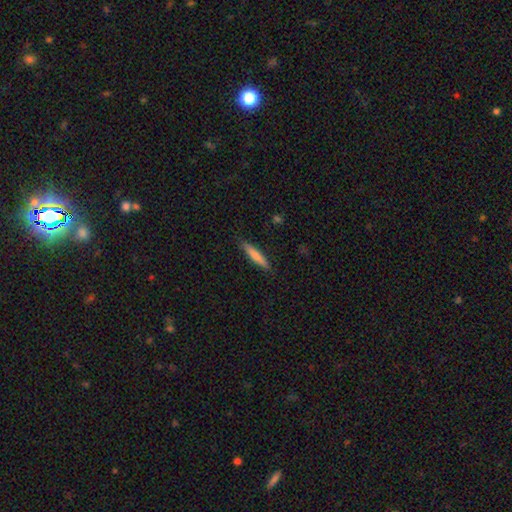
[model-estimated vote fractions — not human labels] smooth-or-featured: smooth: 77% | featured or disk: 18% | star or artifact: 6%
  how-rounded: cigar-shaped: 90% | in between: 8% | round: 1%
  merging: none: 89% | minor disturbance: 8% | major disturbance: 2% | merger: 1%